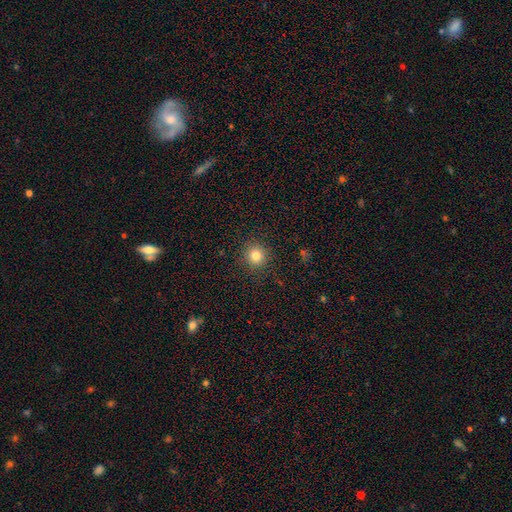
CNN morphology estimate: Overall: smooth (81%). How rounded: round (92%). Merging: none (90%).